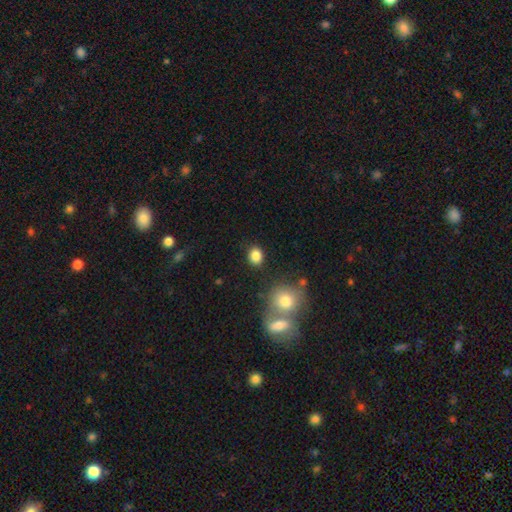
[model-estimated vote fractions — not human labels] The model was most divided on "how rounded": round: 58%, in between: 41%, cigar-shaped: 1%. More confident: smooth or featured — smooth (86%); merging — none (84%).